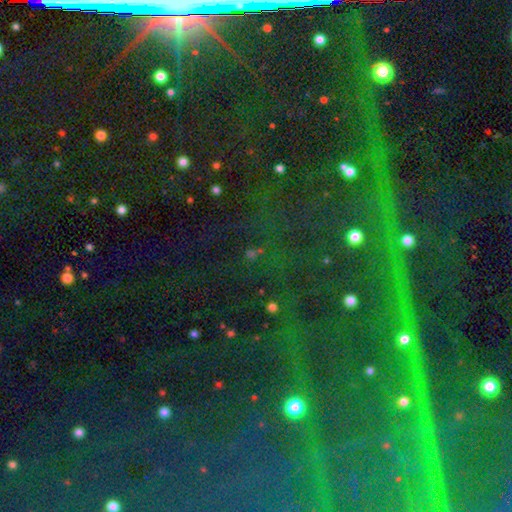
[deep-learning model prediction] Smooth or featured: star or artifact — 85% (smooth — 8%)